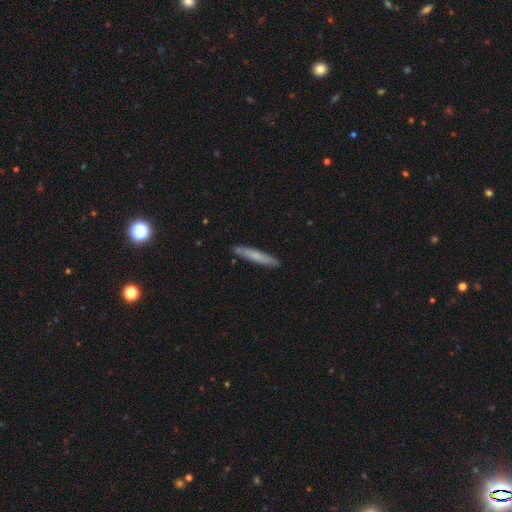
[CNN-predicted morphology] Overall: smooth (66%; featured or disk 28%). How rounded: cigar-shaped (94%). Merging: none (87%).